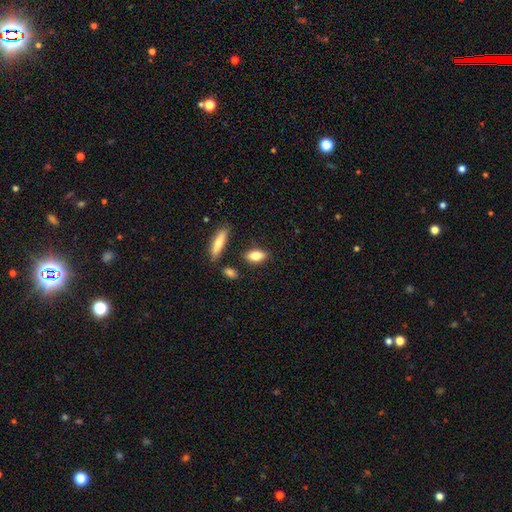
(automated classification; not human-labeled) Smooth or featured: smooth — 76% (featured or disk — 17%)
How rounded: in between — 80% (cigar-shaped — 16%)
Merging: none — 81% (minor disturbance — 11%)